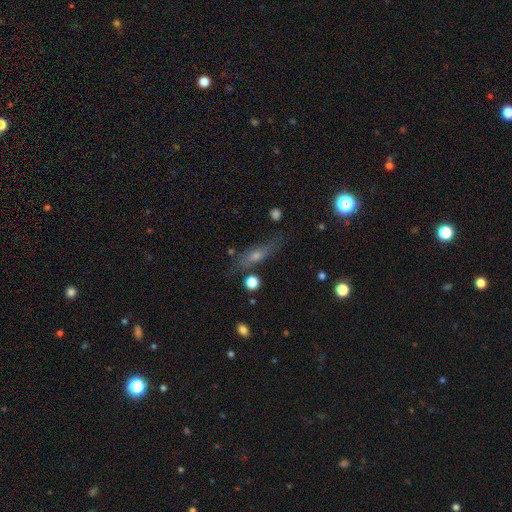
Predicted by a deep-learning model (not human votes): smooth_or_featured: featured or disk (p=0.44) [alt: smooth p=0.40]
merging: none (p=0.69) [alt: minor disturbance p=0.19]